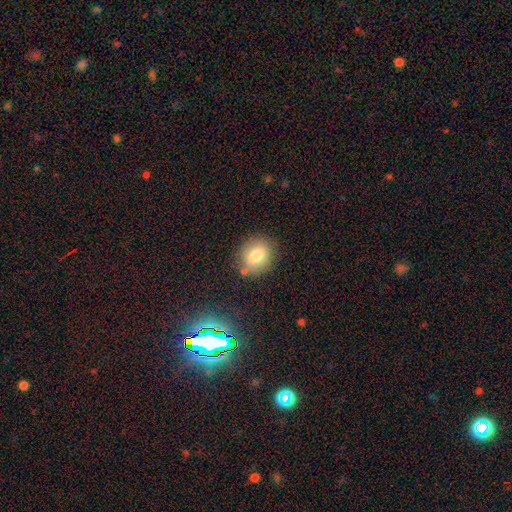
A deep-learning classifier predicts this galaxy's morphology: Overall: smooth (78%). How rounded: round (62%; in between 37%). Merging: none (79%).